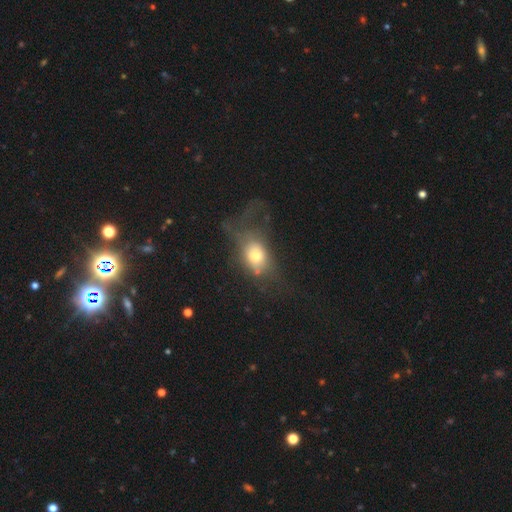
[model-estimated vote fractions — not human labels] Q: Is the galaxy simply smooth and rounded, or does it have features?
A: smooth — 63%.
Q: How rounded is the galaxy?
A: in between — 67%.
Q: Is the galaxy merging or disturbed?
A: major disturbance — 51%.